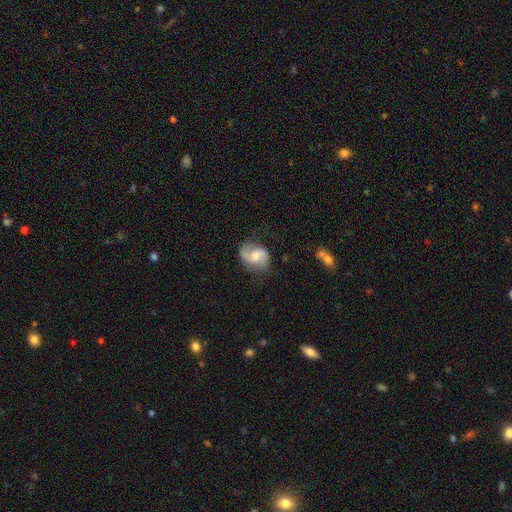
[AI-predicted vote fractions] A featured or disk galaxy (76%) with no bar (46%), 2 (90%) medium (48%) spiral arms (95%) and a moderate central bulge (60%).

Vote fractions:
- Smooth or featured? featured or disk: 76% / smooth: 18% / star or artifact: 6%
- Edge-on disk? no: 98% / yes: 2%
- Bar? no: 46% / weak: 45% / strong: 9%
- Spiral arms? yes: 95% / no: 5%
- Spiral winding? medium: 48% / loose: 37% / tight: 15%
- Spiral arm count? 2: 90% / can't tell: 4% / 1: 3% / 3: 1% / 4: 1% / more than 4: 1%
- Bulge size? moderate: 60% / small: 26% / large: 8% / none: 5% / dominant: 1%
- Merging? none: 75% / minor disturbance: 18% / major disturbance: 6% / merger: 1%